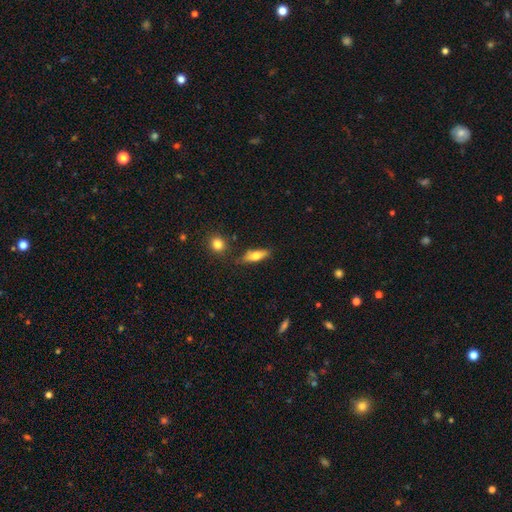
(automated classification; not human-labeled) Smooth or featured? smooth (67%)
How rounded? in between (55%)
Merging? none (75%)